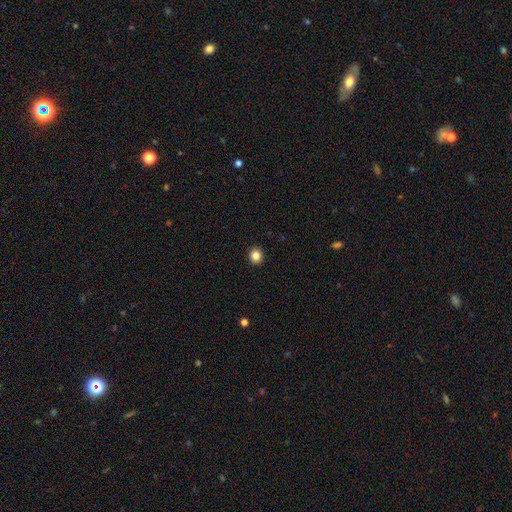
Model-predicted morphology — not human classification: Overall: smooth (84%). How rounded: round (87%). Merging: none (93%).